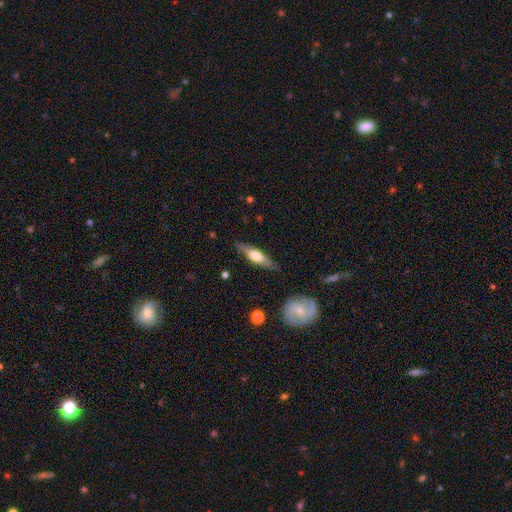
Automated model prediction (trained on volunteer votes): This appears to be a featured or disk galaxy (53%) viewed edge-on (90%). Merging: none (84%).